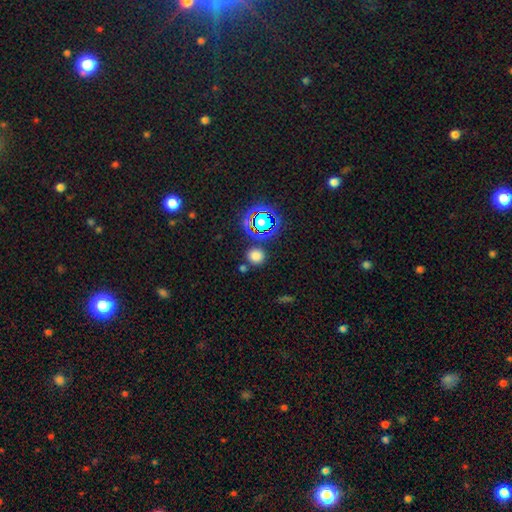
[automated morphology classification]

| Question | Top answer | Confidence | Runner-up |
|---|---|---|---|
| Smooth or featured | smooth | 72% | star or artifact (23%) |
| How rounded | round | 86% | in between (13%) |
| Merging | none | 80% | merger (9%) |